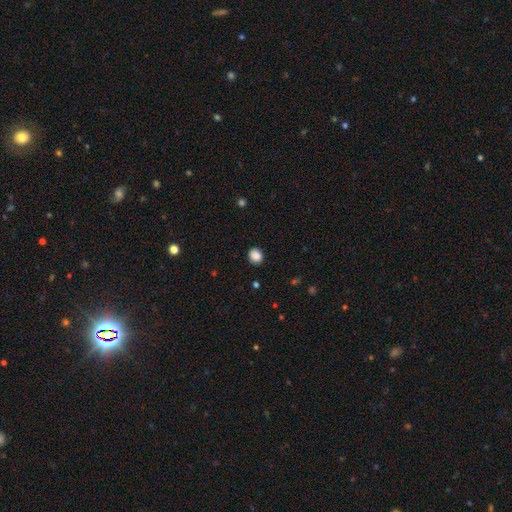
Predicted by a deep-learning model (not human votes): Smooth or featured? Predicted: smooth (p=0.87). How rounded? Predicted: round (p=0.74). Merging? Predicted: none (p=0.89).